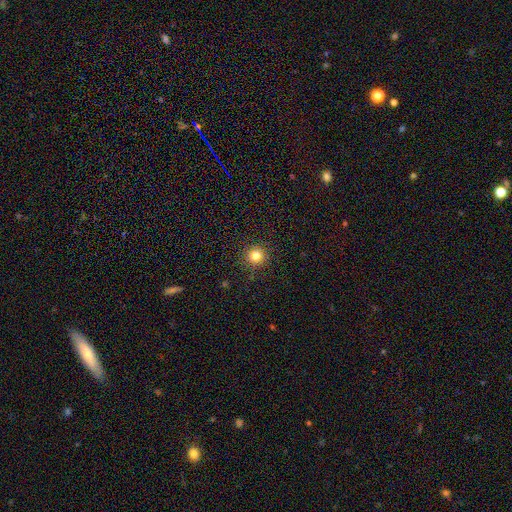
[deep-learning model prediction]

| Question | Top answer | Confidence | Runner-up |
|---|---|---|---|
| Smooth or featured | smooth | 80% | star or artifact (14%) |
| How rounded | round | 94% | in between (5%) |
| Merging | none | 90% | minor disturbance (7%) |